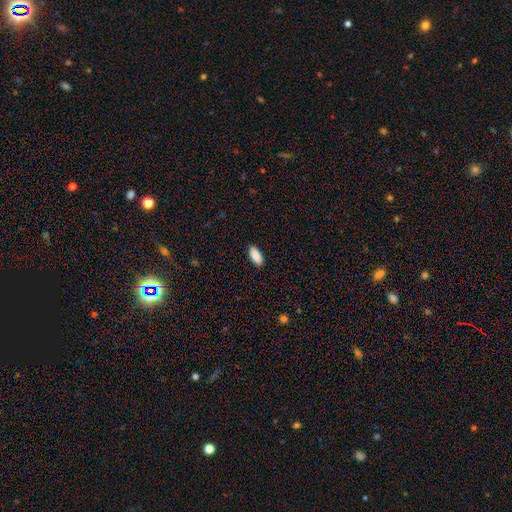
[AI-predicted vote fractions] Overall: smooth (90%). How rounded: in between (88%). Merging: none (89%).